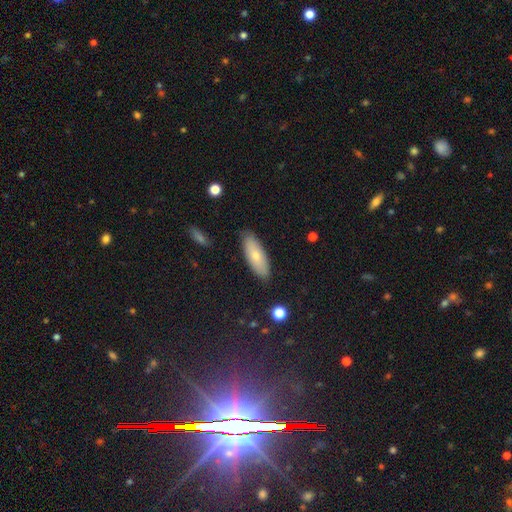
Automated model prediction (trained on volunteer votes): Smooth or featured? smooth (68%)
How rounded? in between (64%)
Merging? none (84%)